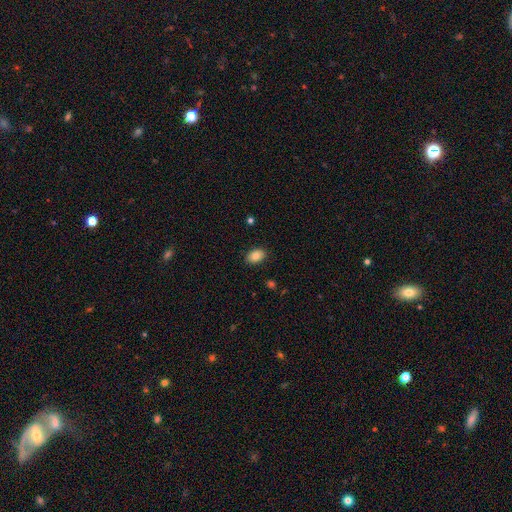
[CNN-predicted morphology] smooth_or_featured: smooth (p=0.83) [alt: featured or disk p=0.09]
how_rounded: in between (p=0.82) [alt: round p=0.17]
merging: none (p=0.87) [alt: minor disturbance p=0.09]